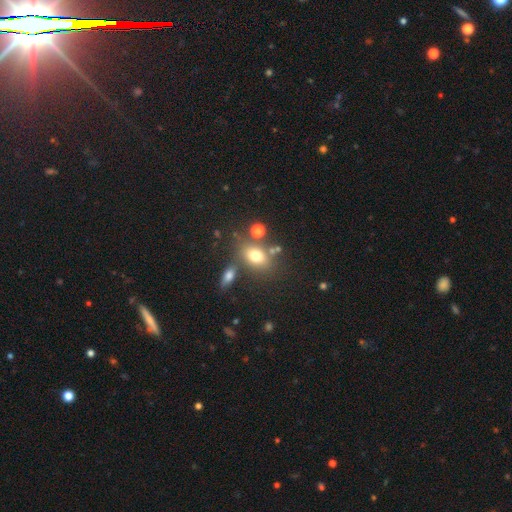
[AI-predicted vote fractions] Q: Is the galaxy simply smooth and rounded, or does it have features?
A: smooth — 72%.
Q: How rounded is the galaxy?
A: in between — 68%.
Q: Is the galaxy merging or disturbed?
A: none — 64%.